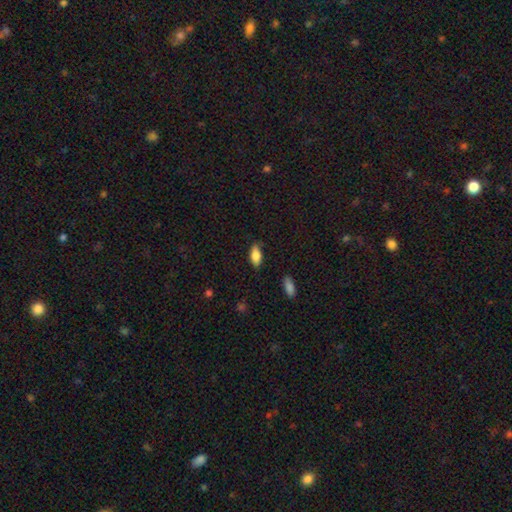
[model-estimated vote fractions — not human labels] Smooth or featured? Predicted: smooth (p=0.80). How rounded? Predicted: in between (p=0.85). Merging? Predicted: none (p=0.78).